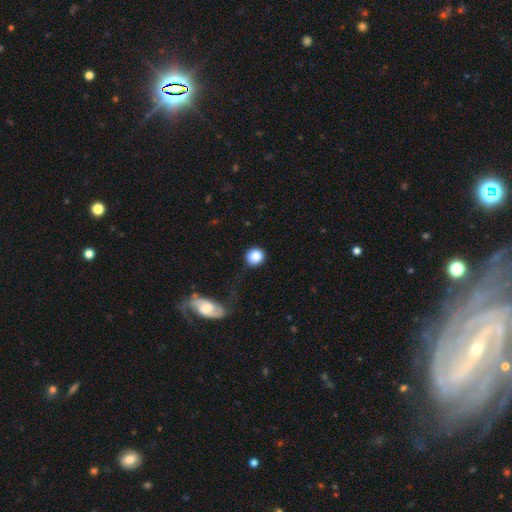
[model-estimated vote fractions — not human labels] Smooth or featured?
  - smooth: 85% *
  - star or artifact: 8%
  - featured or disk: 6%
How rounded?
  - round: 89% *
  - in between: 10%
  - cigar-shaped: 1%
Merging?
  - none: 80% *
  - minor disturbance: 11%
  - major disturbance: 5%
  - merger: 3%